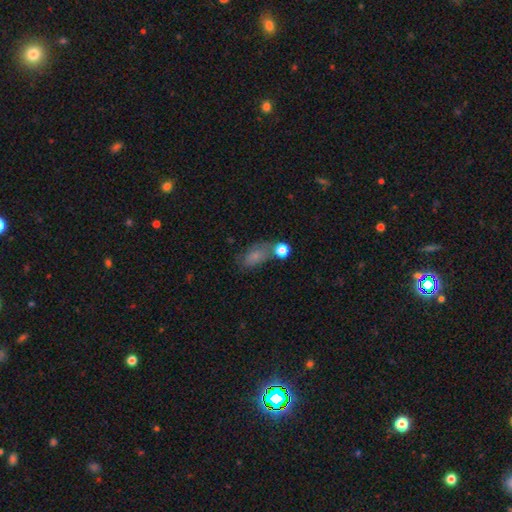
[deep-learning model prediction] A smooth galaxy with no disk features (72%) that is in between round and cigar-shaped (82%). Merging: none (48%).